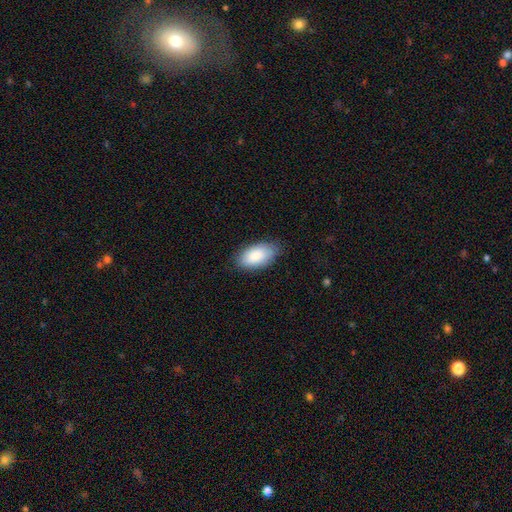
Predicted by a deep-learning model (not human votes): smooth 86%, featured or disk 8%, star or artifact 6%. Down the decision tree: how rounded — in between (95%); merging — none (81%).